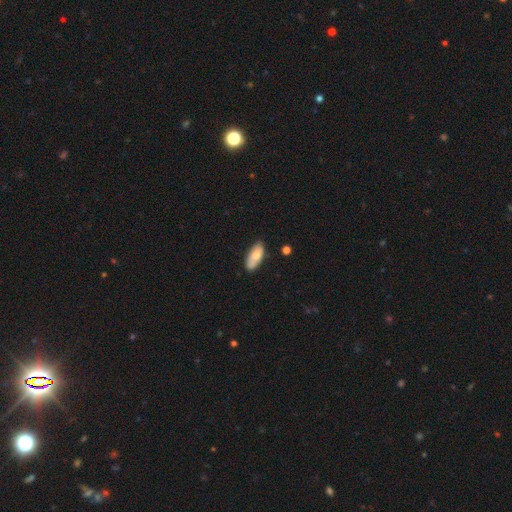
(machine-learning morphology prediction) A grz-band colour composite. It shows a smooth galaxy with no disk features (74%) that is in between round and cigar-shaped (85%). Merging: none (78%).